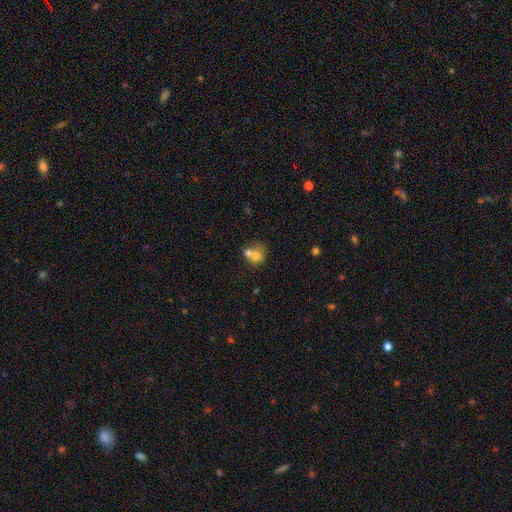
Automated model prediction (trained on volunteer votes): smooth-or-featured: smooth: 67% | featured or disk: 23% | star or artifact: 10%
  how-rounded: round: 67% | in between: 33% | cigar-shaped: 1%
  merging: merger: 65% | none: 24% | minor disturbance: 7% | major disturbance: 4%